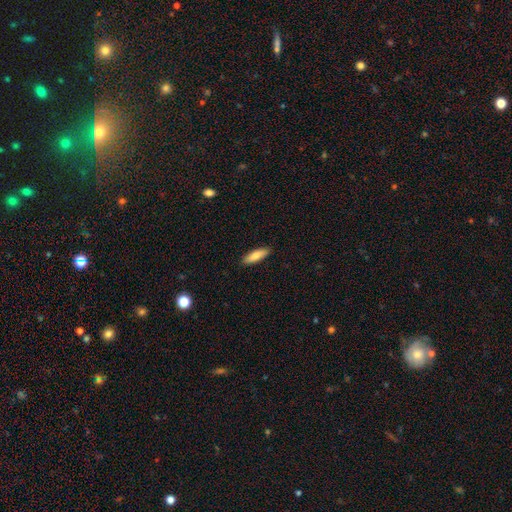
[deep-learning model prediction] The model was most divided on "how rounded": cigar-shaped: 54%, in between: 44%, round: 2%. More confident: merging — none (90%); smooth or featured — smooth (82%).